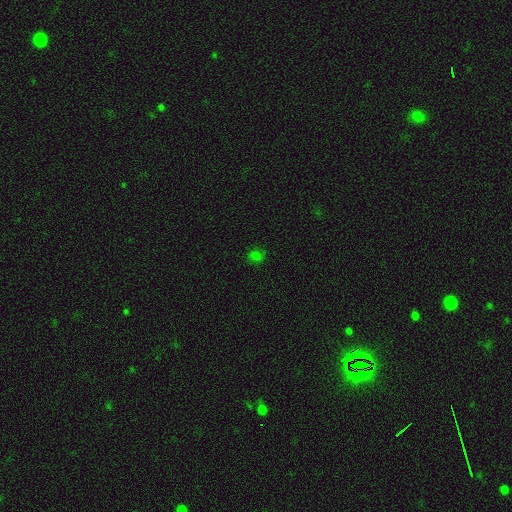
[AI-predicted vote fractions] smooth-or-featured: smooth: 68% | star or artifact: 27% | featured or disk: 5%
  how-rounded: round: 77% | in between: 22% | cigar-shaped: 1%
  merging: none: 84% | minor disturbance: 11% | major disturbance: 3% | merger: 2%